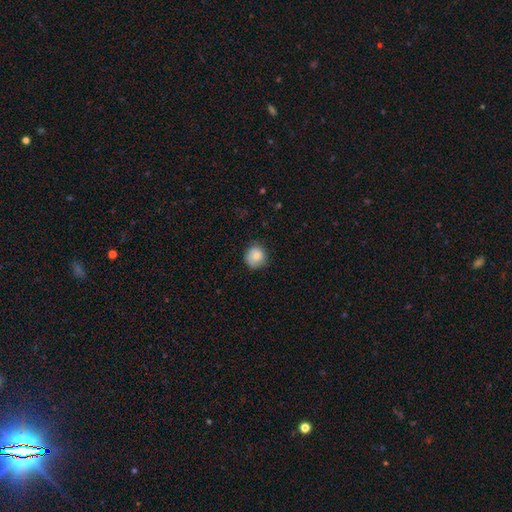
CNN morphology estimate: smooth-or-featured: smooth: 84% | star or artifact: 8% | featured or disk: 8%
  how-rounded: round: 89% | in between: 11% | cigar-shaped: 1%
  merging: none: 80% | minor disturbance: 16% | major disturbance: 3% | merger: 1%